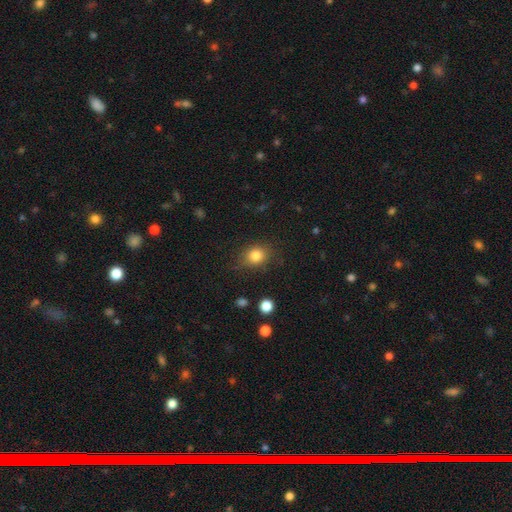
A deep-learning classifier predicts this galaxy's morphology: smooth-or-featured: smooth: 81% | star or artifact: 11% | featured or disk: 8%
  how-rounded: round: 63% | in between: 36% | cigar-shaped: 1%
  merging: none: 76% | minor disturbance: 17% | major disturbance: 5% | merger: 2%